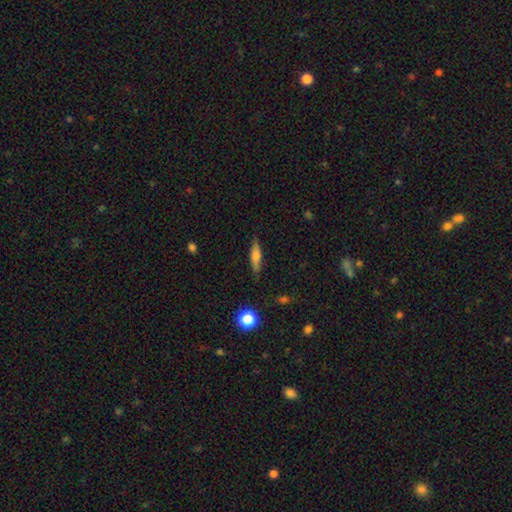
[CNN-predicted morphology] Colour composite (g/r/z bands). It shows a smooth galaxy with no disk features (60%) that is cigar-shaped (73%). Merging: none (83%).